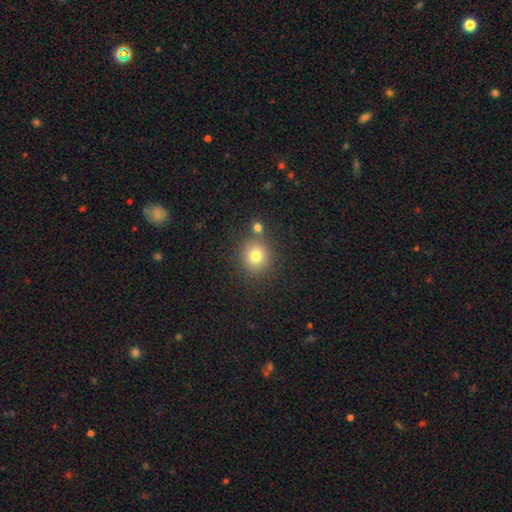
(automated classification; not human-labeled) Smooth or featured? smooth (78%)
How rounded? round (89%)
Merging? none (74%)